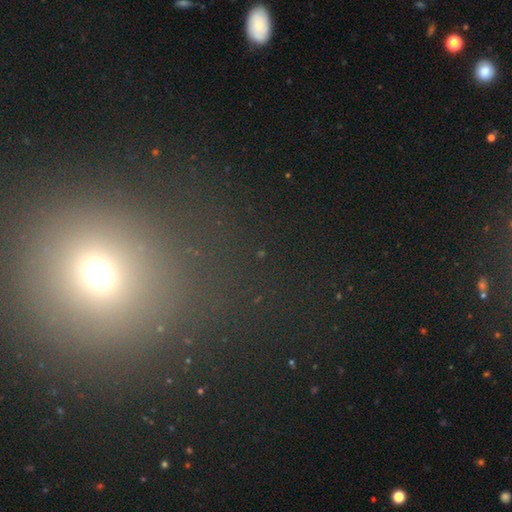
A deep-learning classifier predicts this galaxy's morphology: type=smooth (54%); roundness=round (83%); merging=none (82%).